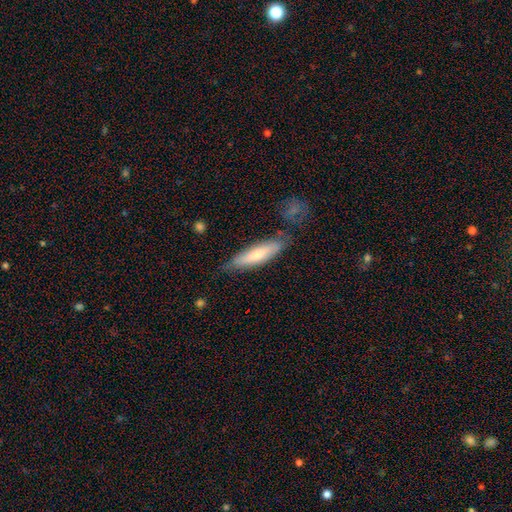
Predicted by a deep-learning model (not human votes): Smooth or featured?
  - smooth: 66% *
  - featured or disk: 28%
  - star or artifact: 6%
How rounded?
  - cigar-shaped: 71% *
  - in between: 27%
  - round: 2%
Merging?
  - none: 73% *
  - minor disturbance: 18%
  - merger: 5%
  - major disturbance: 4%